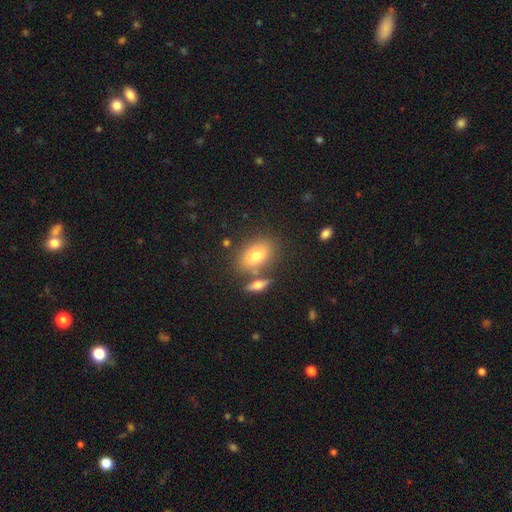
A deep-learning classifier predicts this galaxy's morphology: A smooth galaxy with no disk features (74%) that is in between round and cigar-shaped (85%). Merging: none (65%).